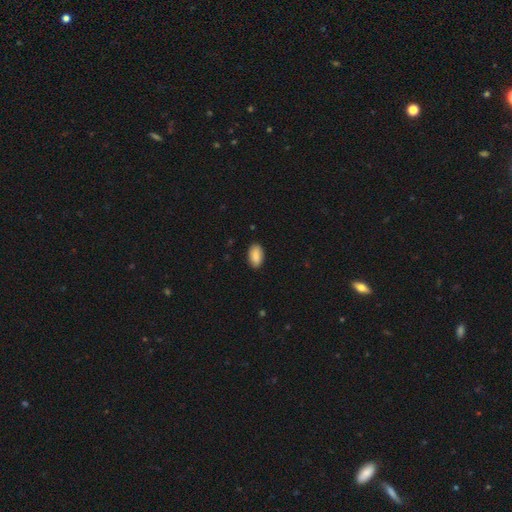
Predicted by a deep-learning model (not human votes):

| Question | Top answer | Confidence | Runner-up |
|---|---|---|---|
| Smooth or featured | smooth | 88% | star or artifact (6%) |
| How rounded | in between | 94% | round (4%) |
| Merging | none | 87% | minor disturbance (10%) |